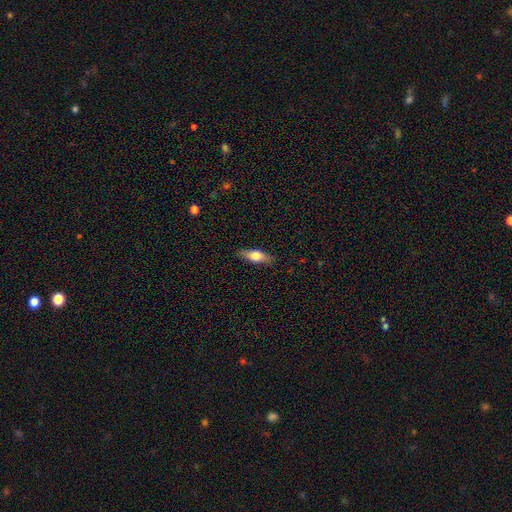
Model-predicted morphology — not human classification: Q: Smooth or featured?
A: smooth (64%); runner-up: featured or disk (30%)
Q: How rounded?
A: in between (64%); runner-up: cigar-shaped (32%)
Q: Merging?
A: none (86%); runner-up: minor disturbance (11%)